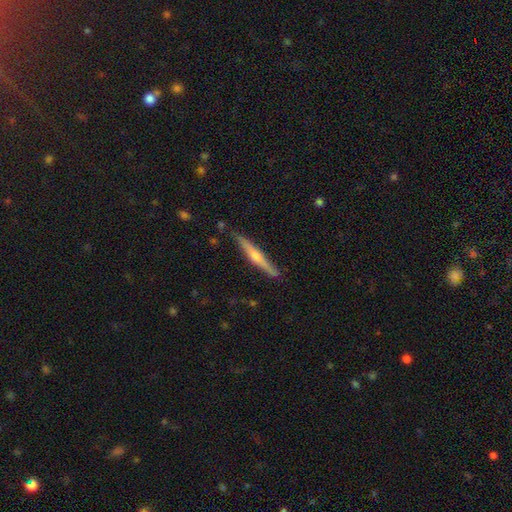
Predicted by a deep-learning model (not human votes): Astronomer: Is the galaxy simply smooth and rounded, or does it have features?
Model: featured or disk — 66%.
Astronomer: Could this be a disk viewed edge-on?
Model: yes — 98%.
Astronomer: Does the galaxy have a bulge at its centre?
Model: rounded — 84%.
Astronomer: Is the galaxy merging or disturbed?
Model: none — 87%.